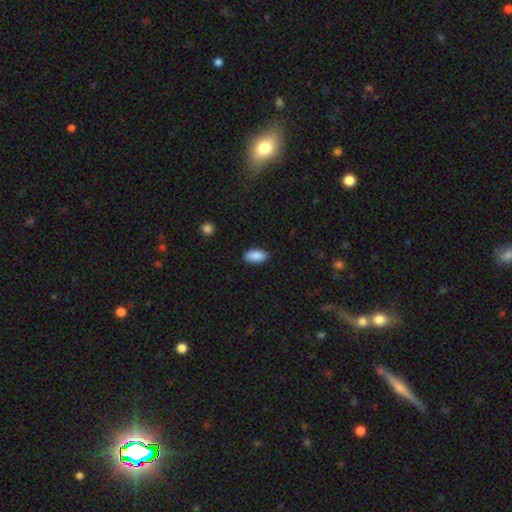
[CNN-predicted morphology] type=smooth (89%); roundness=in between (93%); merging=none (88%).